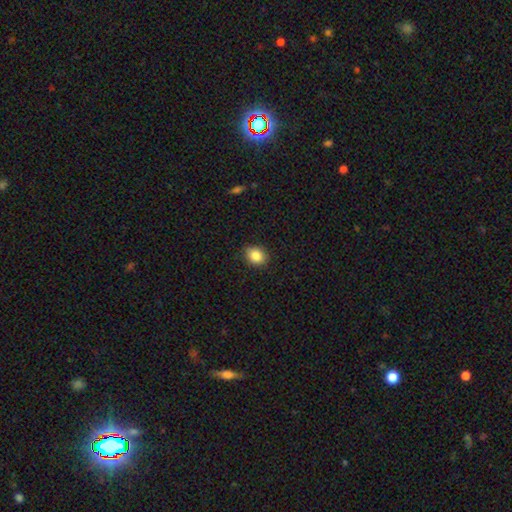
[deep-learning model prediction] smooth_or_featured: smooth (p=0.85) [alt: star or artifact p=0.09]
how_rounded: round (p=0.53) [alt: in between p=0.46]
merging: none (p=0.89) [alt: minor disturbance p=0.08]